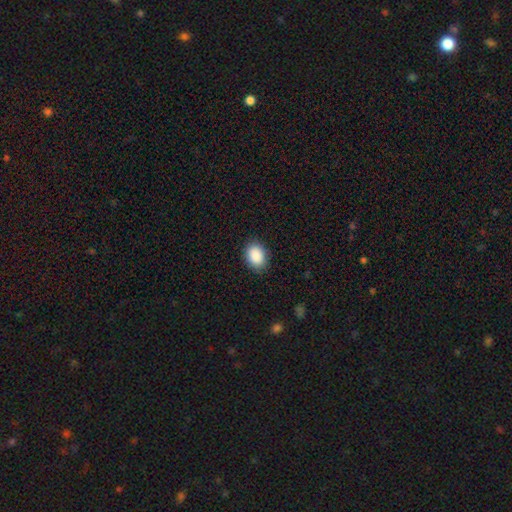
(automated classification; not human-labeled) A smooth galaxy with no disk features (90%) that is in between round and cigar-shaped (74%). Merging: none (87%).